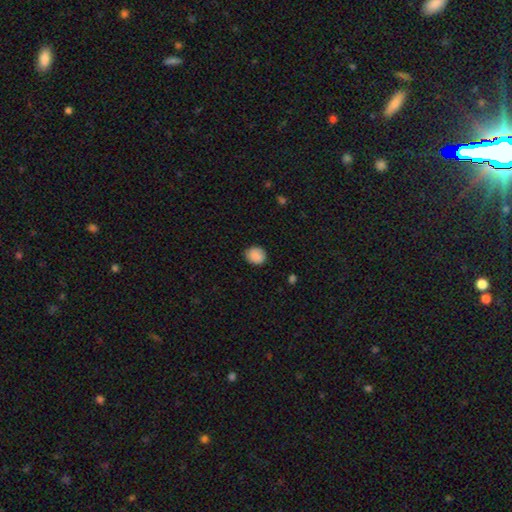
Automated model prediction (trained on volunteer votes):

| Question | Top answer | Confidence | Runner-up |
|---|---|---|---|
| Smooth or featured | smooth | 85% | star or artifact (8%) |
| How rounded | round | 70% | in between (29%) |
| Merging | none | 82% | minor disturbance (14%) |